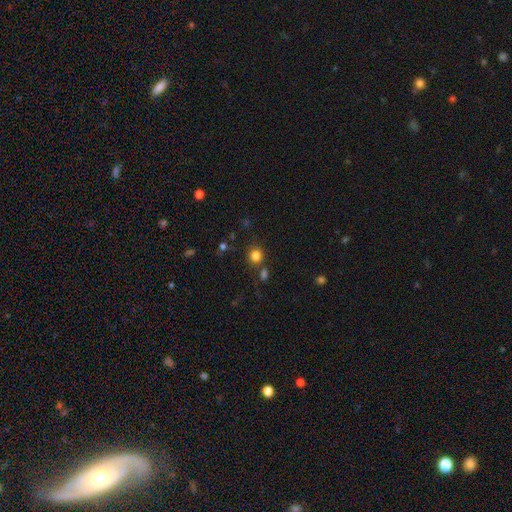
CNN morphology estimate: The model was most divided on "merging": none: 78%, merger: 10%, minor disturbance: 9%, major disturbance: 4%. More confident: how rounded — round (89%); smooth or featured — smooth (81%).